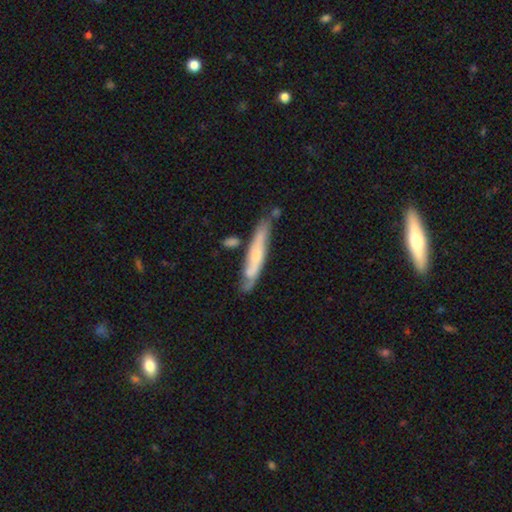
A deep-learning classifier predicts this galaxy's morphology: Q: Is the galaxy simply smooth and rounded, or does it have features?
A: featured or disk — 52%.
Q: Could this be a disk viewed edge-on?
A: yes — 69%.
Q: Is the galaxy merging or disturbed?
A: none — 65%.